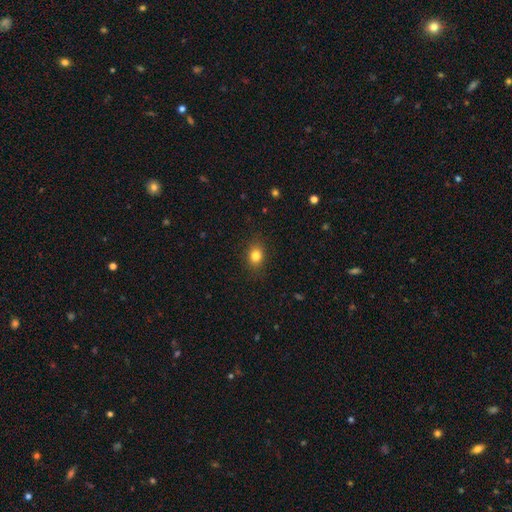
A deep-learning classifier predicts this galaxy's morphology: smooth_or_featured: smooth (p=0.82) [alt: star or artifact p=0.11]
how_rounded: in between (p=0.53) [alt: round p=0.46]
merging: none (p=0.87) [alt: minor disturbance p=0.09]